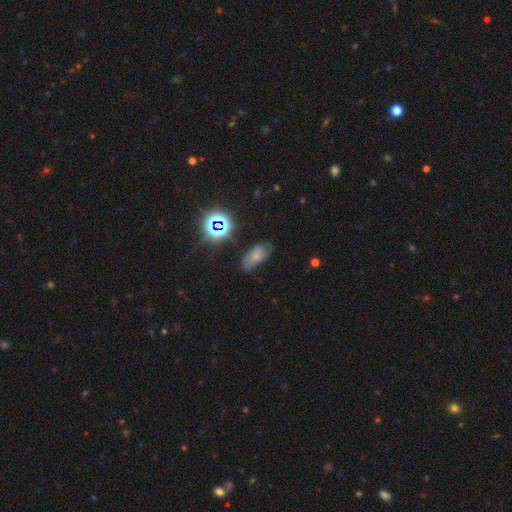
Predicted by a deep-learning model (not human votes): smooth 57%, featured or disk 22%, star or artifact 20%. Down the decision tree: how rounded — in between (89%); merging — none (63%).